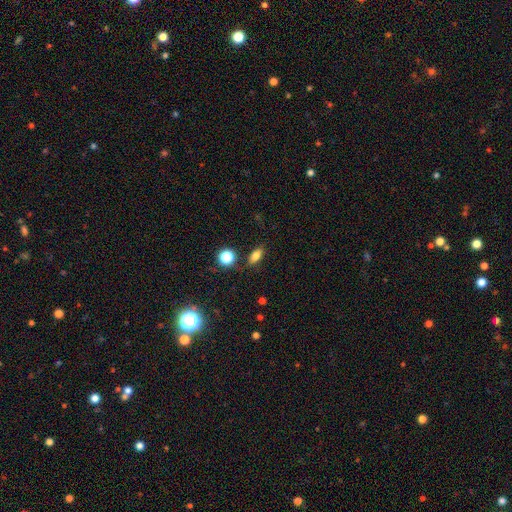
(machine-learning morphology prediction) Q: Smooth or featured?
A: smooth (76%); runner-up: star or artifact (13%)
Q: How rounded?
A: in between (79%); runner-up: round (11%)
Q: Merging?
A: none (82%); runner-up: minor disturbance (11%)